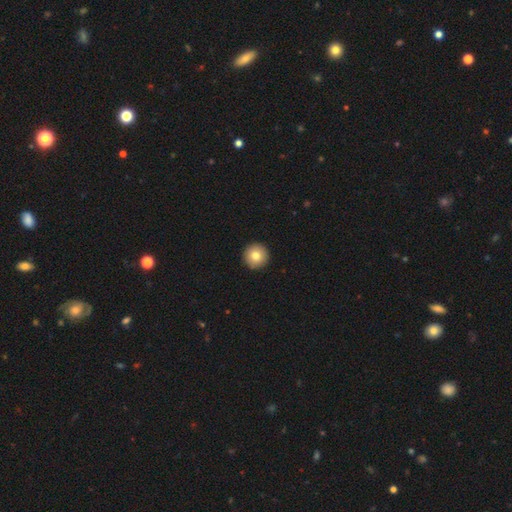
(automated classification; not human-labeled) Smooth or featured? Predicted: smooth (p=0.79). How rounded? Predicted: round (p=0.97). Merging? Predicted: none (p=0.94).